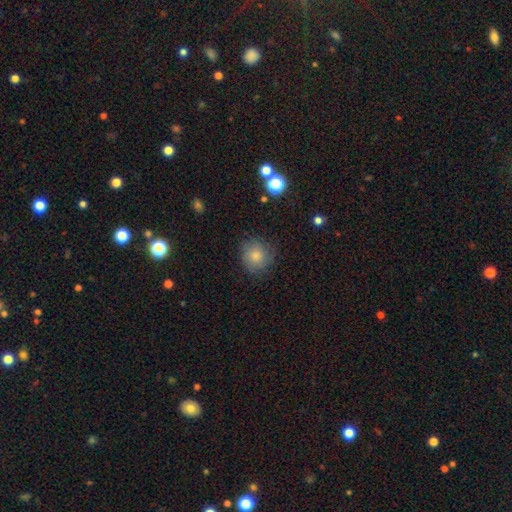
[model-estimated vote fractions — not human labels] This appears to be a smooth galaxy with no disk features (78%) that is round (89%). Merging: none (76%).